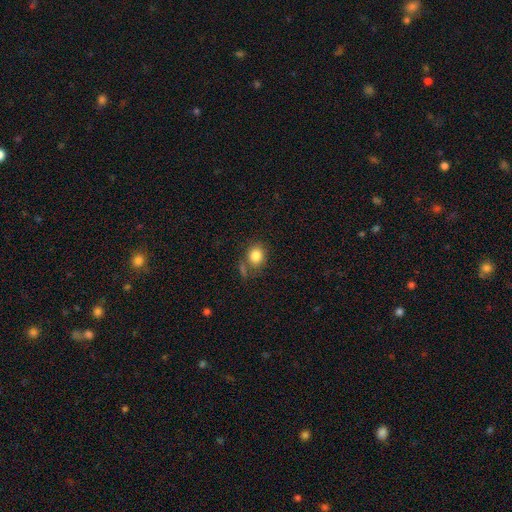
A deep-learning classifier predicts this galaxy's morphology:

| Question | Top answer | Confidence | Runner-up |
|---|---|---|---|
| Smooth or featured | smooth | 84% | star or artifact (10%) |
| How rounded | round | 69% | in between (30%) |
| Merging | none | 66% | minor disturbance (16%) |